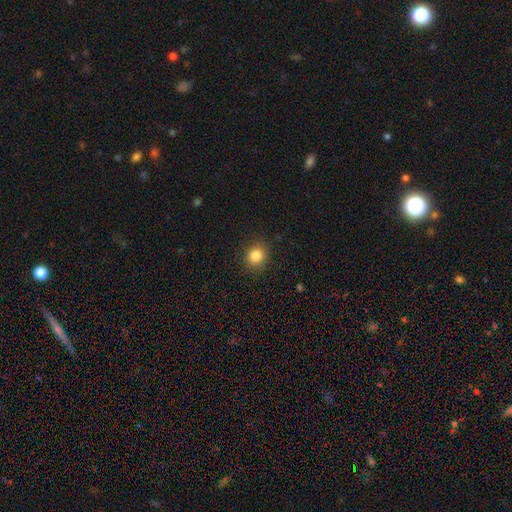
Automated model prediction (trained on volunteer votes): Smooth or featured? Predicted: smooth (p=0.83). How rounded? Predicted: round (p=0.79). Merging? Predicted: none (p=0.89).